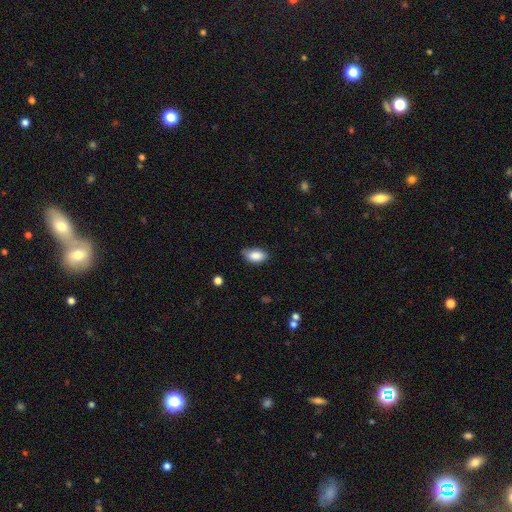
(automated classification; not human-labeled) Smooth or featured?
  - smooth: 87% *
  - star or artifact: 7%
  - featured or disk: 6%
How rounded?
  - in between: 93% *
  - round: 5%
  - cigar-shaped: 2%
Merging?
  - none: 71% *
  - minor disturbance: 24%
  - major disturbance: 4%
  - merger: 1%